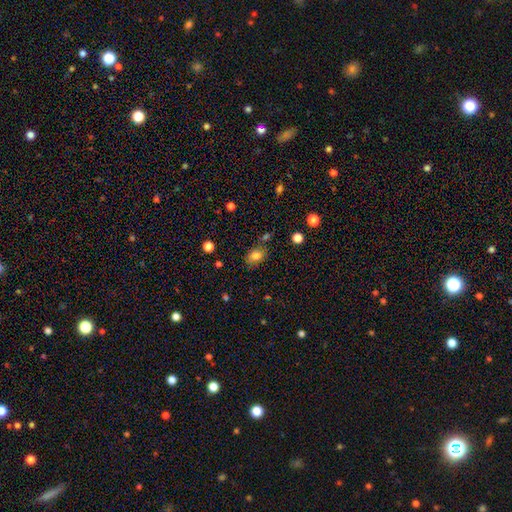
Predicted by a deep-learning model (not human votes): A smooth galaxy with no disk features (81%) that is in between round and cigar-shaped (71%). Merging: none (71%).